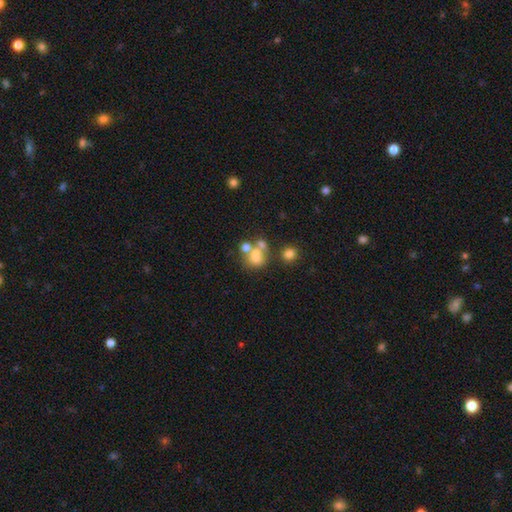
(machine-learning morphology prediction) A smooth galaxy with no disk features (60%) that is round (64%).

Vote fractions:
- Smooth or featured? smooth: 60% / featured or disk: 23% / star or artifact: 17%
- How rounded? round: 64% / in between: 35% / cigar-shaped: 1%
- Merging? merger: 45% / none: 34% / minor disturbance: 11% / major disturbance: 10%